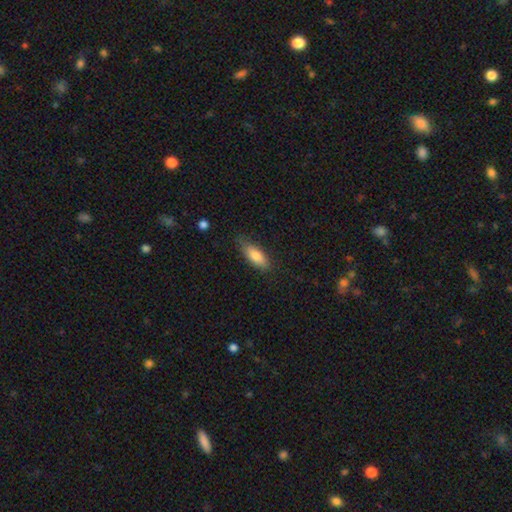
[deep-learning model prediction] This is clearly a smooth galaxy (81%). How rounded: likely in between (74%). Merging: likely none (70%).